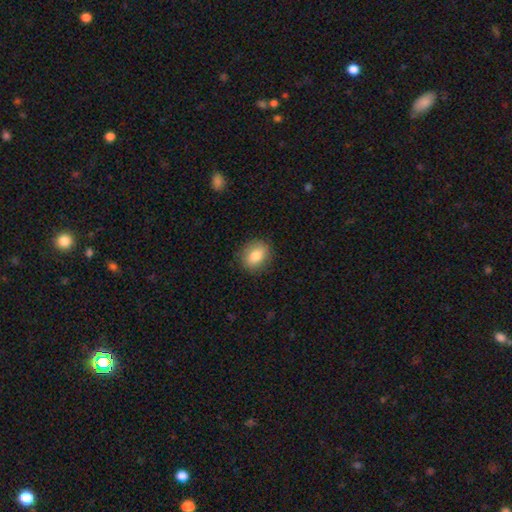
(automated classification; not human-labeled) Smooth or featured?
  - smooth: 82% *
  - featured or disk: 10%
  - star or artifact: 8%
How rounded?
  - round: 55% *
  - in between: 44%
  - cigar-shaped: 1%
Merging?
  - none: 85% *
  - minor disturbance: 11%
  - major disturbance: 3%
  - merger: 1%